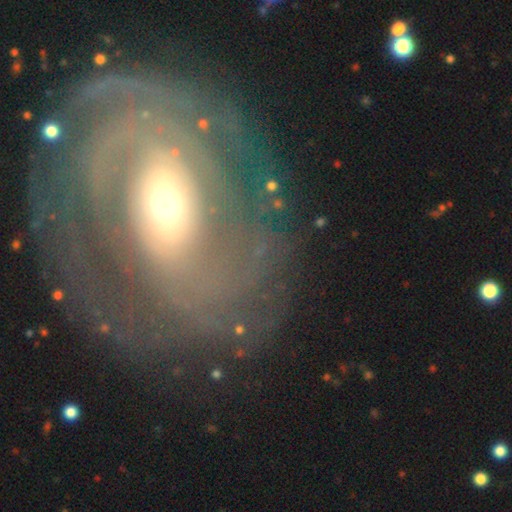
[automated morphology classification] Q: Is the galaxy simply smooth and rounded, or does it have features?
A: featured or disk — 81%.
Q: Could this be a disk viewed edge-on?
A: no — 96%.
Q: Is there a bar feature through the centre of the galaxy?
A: no — 43%.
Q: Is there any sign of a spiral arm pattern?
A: yes — 83%.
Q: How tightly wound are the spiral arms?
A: tight — 60%.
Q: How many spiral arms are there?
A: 2 — 35%.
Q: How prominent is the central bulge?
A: moderate — 58%.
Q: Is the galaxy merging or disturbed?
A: none — 70%.